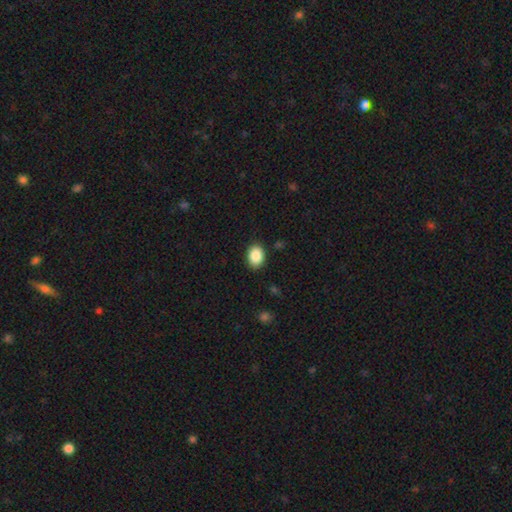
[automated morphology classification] smooth_or_featured: smooth (p=0.89) [alt: star or artifact p=0.08]
how_rounded: in between (p=0.67) [alt: round p=0.32]
merging: none (p=0.88) [alt: minor disturbance p=0.08]